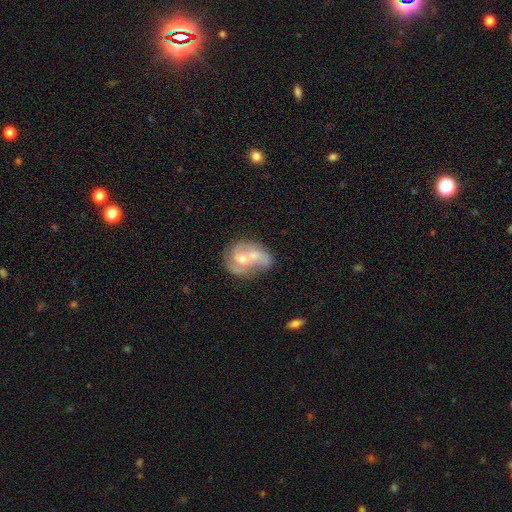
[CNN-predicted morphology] Smooth or featured? featured or disk (64%)
Edge-on disk? no (97%)
Bar? no (68%)
Spiral arms? yes (70%)
Bulge size? moderate (60%)
Merging? merger (58%)